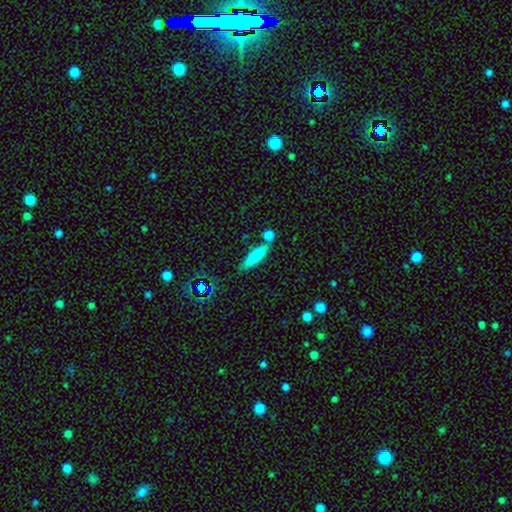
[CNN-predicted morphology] Smooth or featured: smooth — 78% (featured or disk — 13%)
How rounded: cigar-shaped — 83% (in between — 15%)
Merging: none — 69% (merger — 15%)